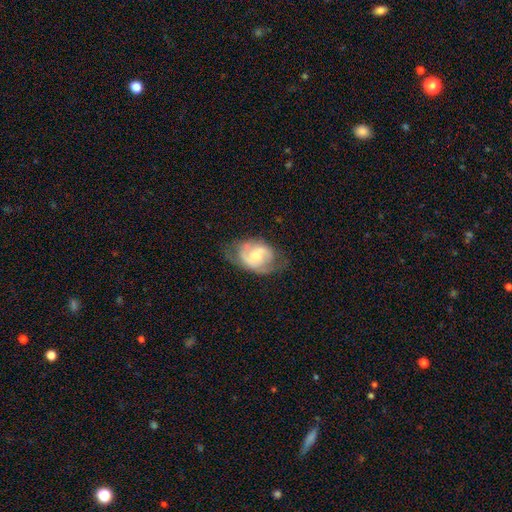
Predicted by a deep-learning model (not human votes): Smooth or featured? featured or disk (66%)
Edge-on disk? no (96%)
Bar? no (56%)
Spiral arms? yes (78%)
Bulge size? moderate (56%)
Merging? none (54%)